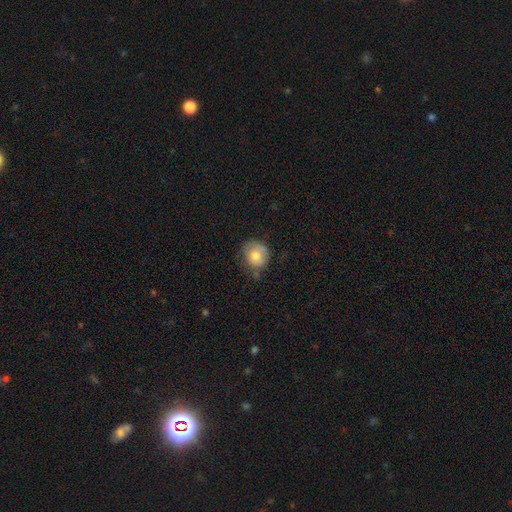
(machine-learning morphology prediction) The model was most divided on "merging": none: 55%, minor disturbance: 32%, major disturbance: 10%, merger: 3%. More confident: how rounded — round (77%); smooth or featured — smooth (77%).